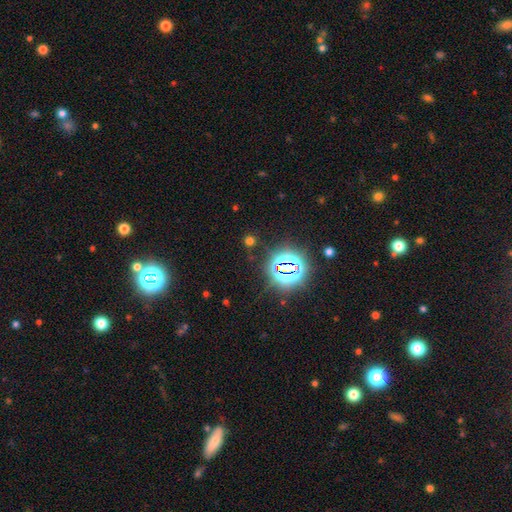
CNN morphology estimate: This is likely a star or artifact rather than a galaxy (79%).